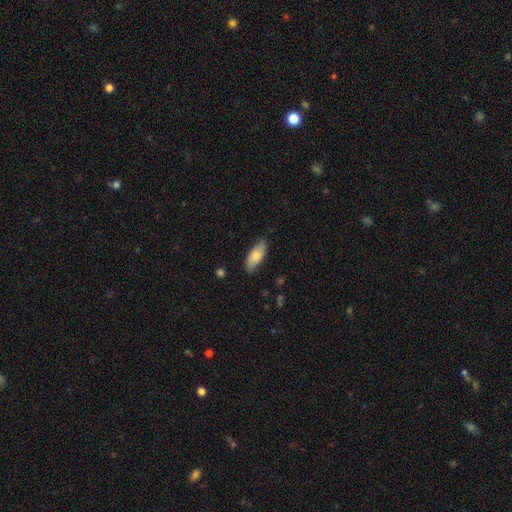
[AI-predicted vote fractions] smooth 78%, featured or disk 16%, star or artifact 6%. Down the decision tree: how rounded — in between (82%); merging — none (80%).